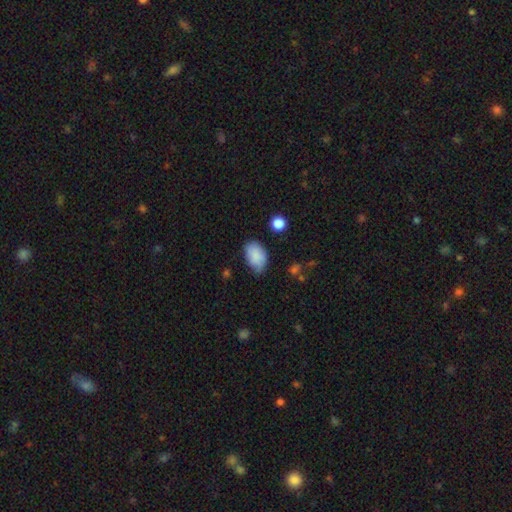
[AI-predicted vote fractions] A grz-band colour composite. It shows a smooth galaxy with no disk features (83%) that is in between round and cigar-shaped (89%). Merging: none (63%).